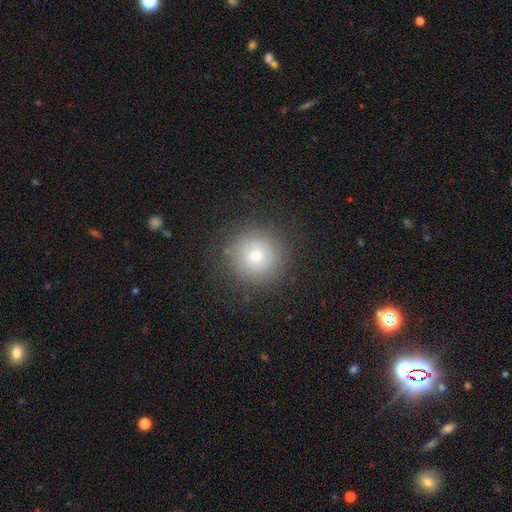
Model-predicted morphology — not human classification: This is likely a smooth galaxy (69%). How rounded: clearly round (95%). Merging: clearly none (87%).